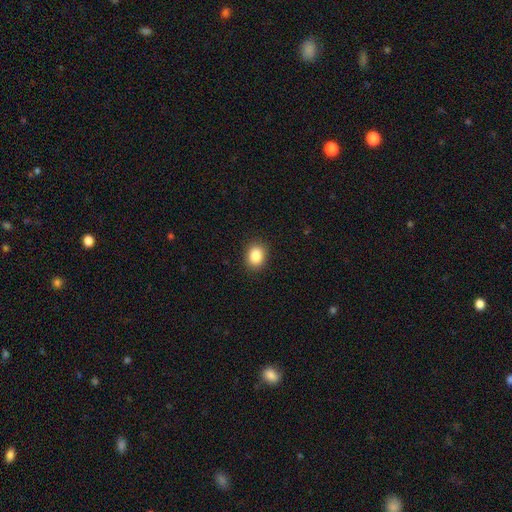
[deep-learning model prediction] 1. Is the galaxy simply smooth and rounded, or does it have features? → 86% smooth, 9% star or artifact, 5% featured or disk.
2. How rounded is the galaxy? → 52% in between, 47% round, 1% cigar-shaped.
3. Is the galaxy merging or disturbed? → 89% none, 8% minor disturbance, 2% major disturbance, 1% merger.